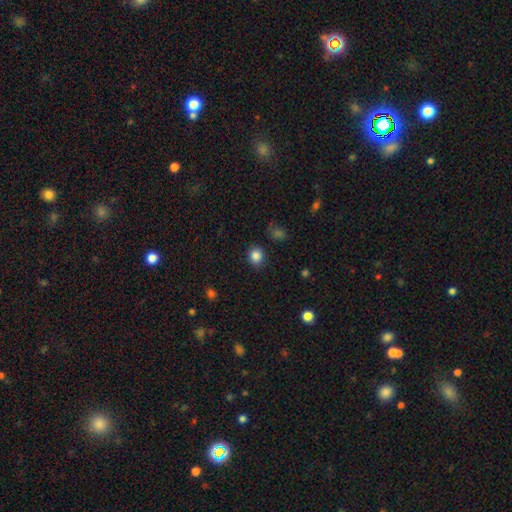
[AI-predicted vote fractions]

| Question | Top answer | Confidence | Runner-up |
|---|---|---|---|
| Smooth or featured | smooth | 85% | star or artifact (11%) |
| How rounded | round | 75% | in between (25%) |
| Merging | none | 86% | minor disturbance (9%) |